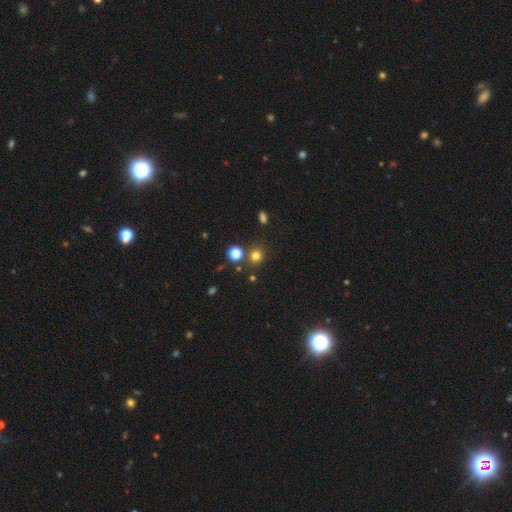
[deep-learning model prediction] A smooth galaxy with no disk features (75%) that is round (84%). Merging: none (79%).